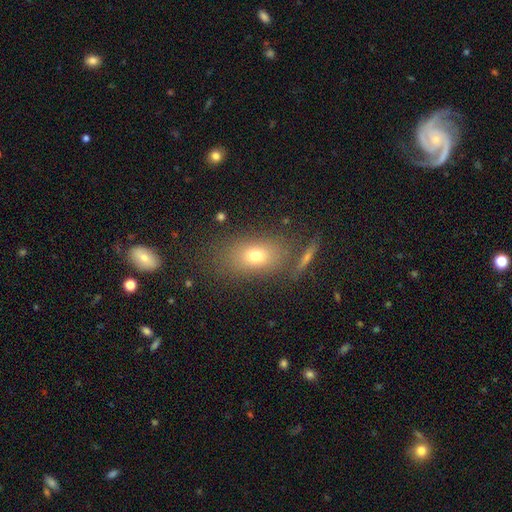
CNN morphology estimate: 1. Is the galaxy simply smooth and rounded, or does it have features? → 71% smooth, 16% featured or disk, 13% star or artifact.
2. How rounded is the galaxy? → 75% in between, 21% round, 4% cigar-shaped.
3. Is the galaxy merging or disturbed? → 75% none, 12% minor disturbance, 8% merger, 6% major disturbance.